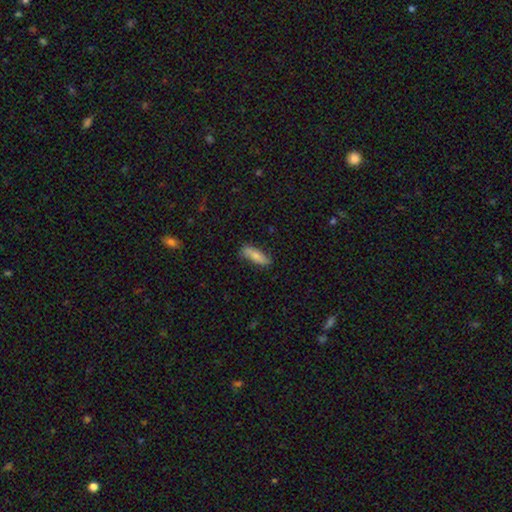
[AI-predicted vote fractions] A smooth galaxy with no disk features (69%) that is in between round and cigar-shaped (53%). Merging: none (78%).